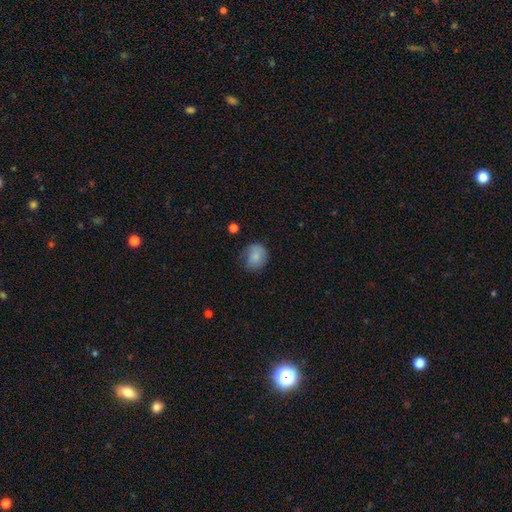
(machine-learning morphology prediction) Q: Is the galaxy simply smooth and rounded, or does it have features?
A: smooth — 81%.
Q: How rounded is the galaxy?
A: round — 61%.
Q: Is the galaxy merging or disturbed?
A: none — 61%.